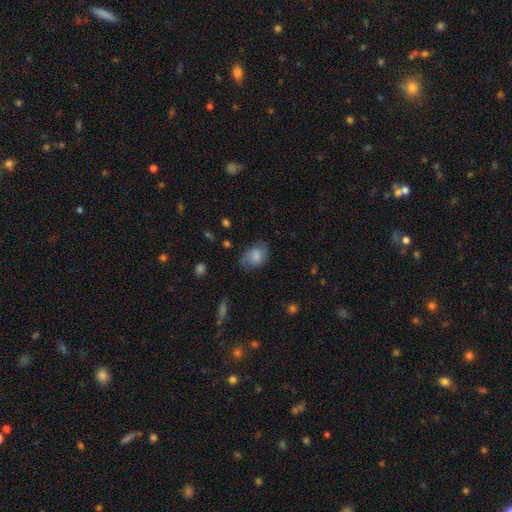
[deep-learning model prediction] A smooth galaxy with no disk features (72%) that is in between round and cigar-shaped (78%). Merging: none (64%).